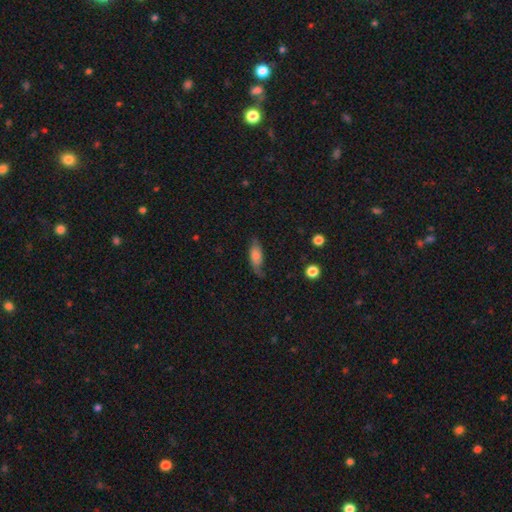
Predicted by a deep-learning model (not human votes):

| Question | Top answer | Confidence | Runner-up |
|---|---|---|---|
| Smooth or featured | smooth | 65% | featured or disk (27%) |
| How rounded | in between | 78% | cigar-shaped (19%) |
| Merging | none | 59% | minor disturbance (29%) |